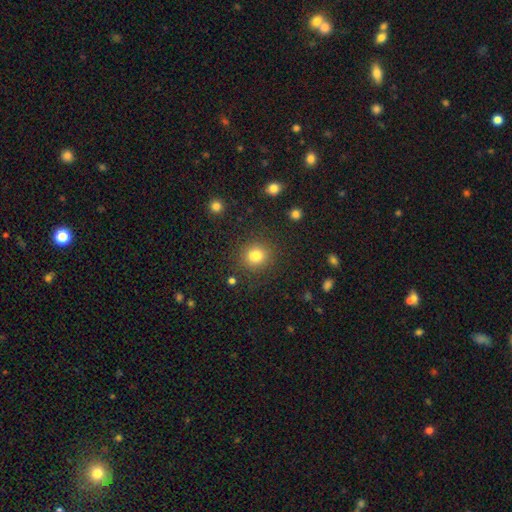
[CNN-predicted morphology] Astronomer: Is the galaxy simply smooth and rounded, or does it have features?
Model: smooth — 82%.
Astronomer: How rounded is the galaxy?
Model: round — 85%.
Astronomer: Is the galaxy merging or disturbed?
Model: none — 86%.